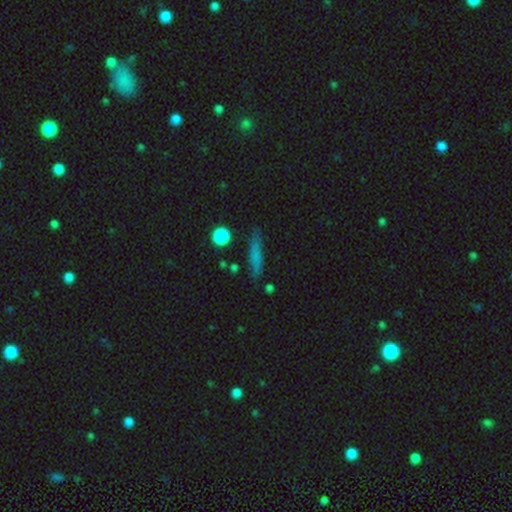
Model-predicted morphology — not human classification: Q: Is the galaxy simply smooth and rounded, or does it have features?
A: smooth — 71%.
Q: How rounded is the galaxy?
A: cigar-shaped — 82%.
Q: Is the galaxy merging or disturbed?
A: none — 80%.